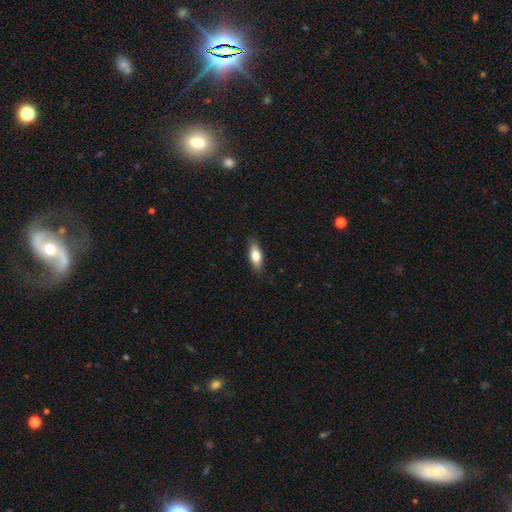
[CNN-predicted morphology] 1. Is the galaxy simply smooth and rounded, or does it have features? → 72% smooth, 22% featured or disk, 6% star or artifact.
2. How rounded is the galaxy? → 66% in between, 31% cigar-shaped, 3% round.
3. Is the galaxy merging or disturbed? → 86% none, 10% minor disturbance, 2% major disturbance, 1% merger.